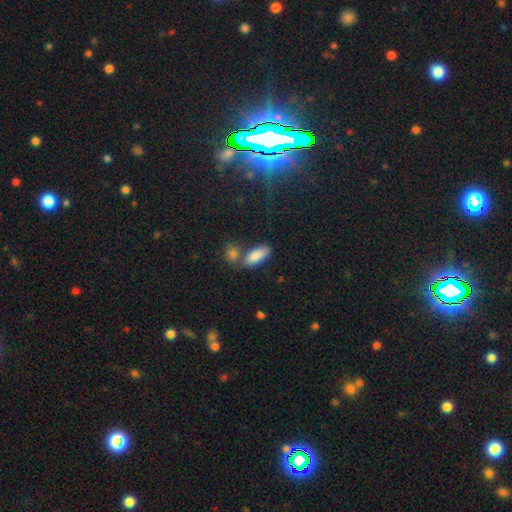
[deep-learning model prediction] A smooth galaxy with no disk features (85%) that is in between round and cigar-shaped (79%). Merging: none (56%).